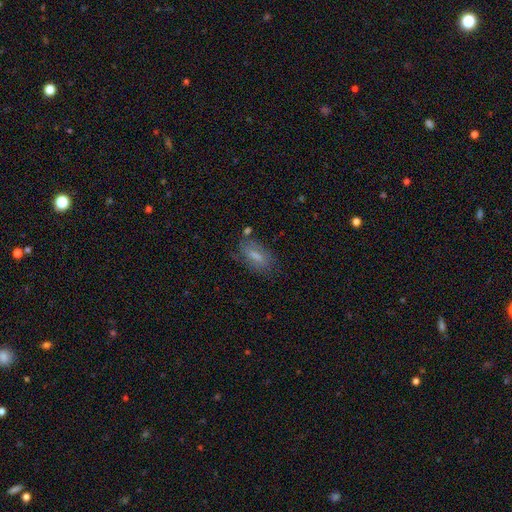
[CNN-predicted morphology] Smooth or featured? Predicted: smooth (p=0.65). How rounded? Predicted: in between (p=0.78). Merging? Predicted: none (p=0.68).